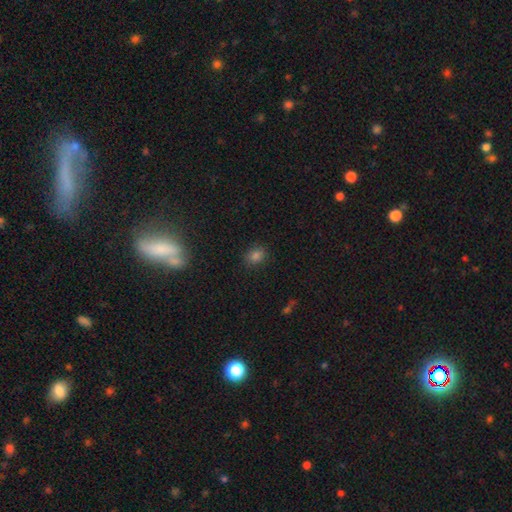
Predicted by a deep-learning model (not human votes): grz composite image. It shows a smooth galaxy with no disk features (77%) that is in between round and cigar-shaped (51%). Merging: none (84%).